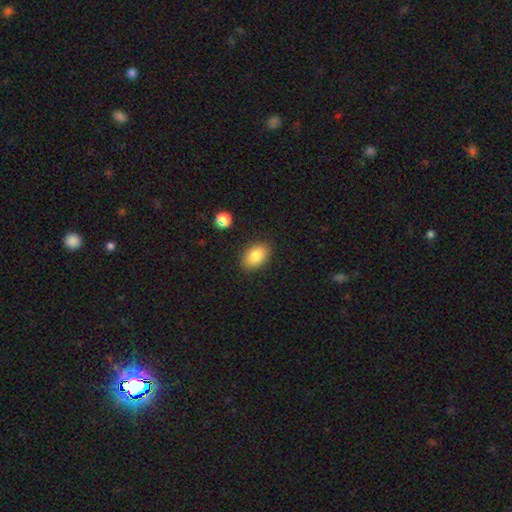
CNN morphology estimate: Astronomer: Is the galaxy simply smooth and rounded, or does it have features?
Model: smooth — 84%.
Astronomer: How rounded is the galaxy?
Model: in between — 84%.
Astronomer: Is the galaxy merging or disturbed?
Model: none — 87%.